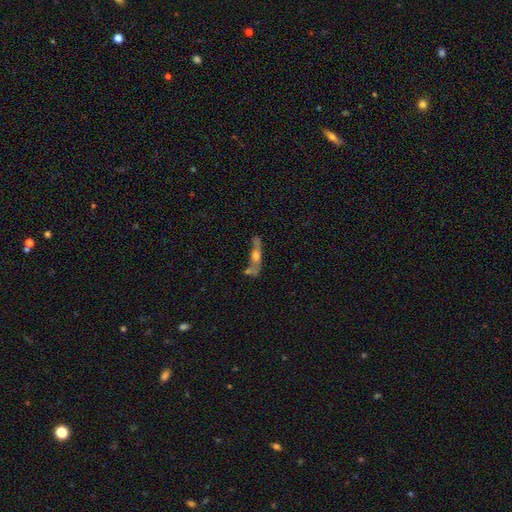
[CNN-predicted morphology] Smooth or featured: featured or disk — 54% (smooth — 38%)
Edge-on disk: yes — 66% (no — 34%)
Merging: none — 50% (merger — 22%)